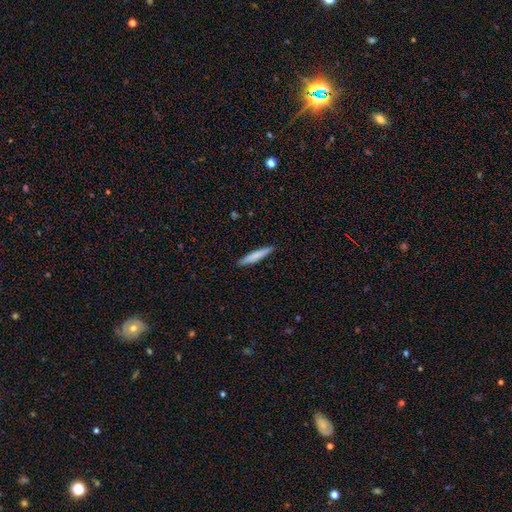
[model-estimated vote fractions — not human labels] Smooth or featured?
  - smooth: 78% *
  - featured or disk: 16%
  - star or artifact: 6%
How rounded?
  - cigar-shaped: 93% *
  - in between: 6%
  - round: 1%
Merging?
  - none: 90% *
  - minor disturbance: 8%
  - major disturbance: 2%
  - merger: 1%